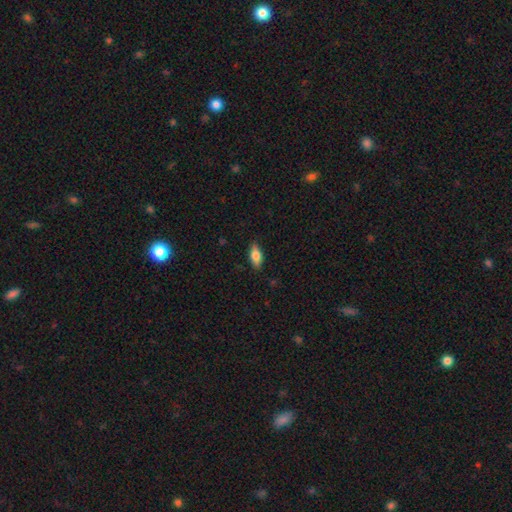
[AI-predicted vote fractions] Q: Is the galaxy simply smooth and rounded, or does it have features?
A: smooth — 73%.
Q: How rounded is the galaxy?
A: in between — 79%.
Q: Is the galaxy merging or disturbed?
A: none — 85%.